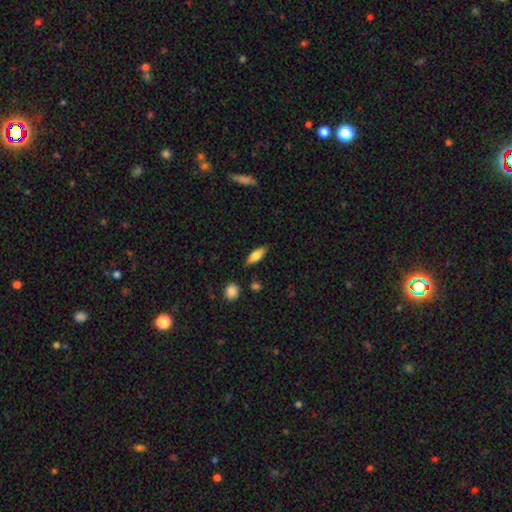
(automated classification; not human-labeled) smooth_or_featured: smooth (p=0.68) [alt: featured or disk p=0.25]
how_rounded: in between (p=0.63) [alt: cigar-shaped p=0.35]
merging: none (p=0.84) [alt: minor disturbance p=0.11]